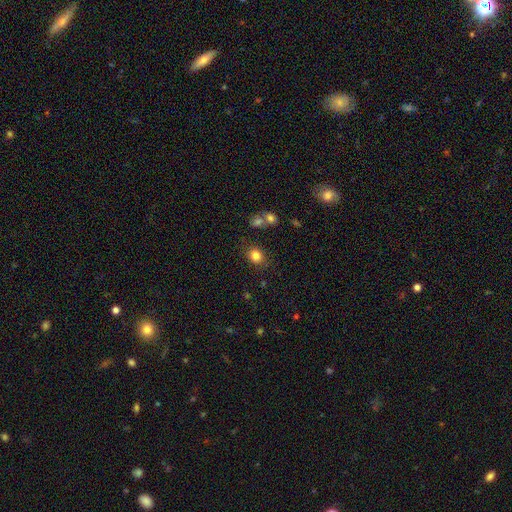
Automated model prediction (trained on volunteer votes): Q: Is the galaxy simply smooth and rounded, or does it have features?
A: smooth — 83%.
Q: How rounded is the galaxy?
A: round — 62%.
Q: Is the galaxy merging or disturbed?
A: none — 81%.